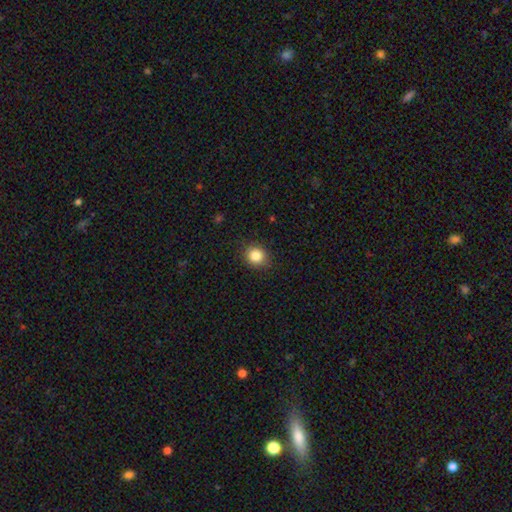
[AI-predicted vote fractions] Smooth or featured? smooth (85%)
How rounded? round (80%)
Merging? none (87%)